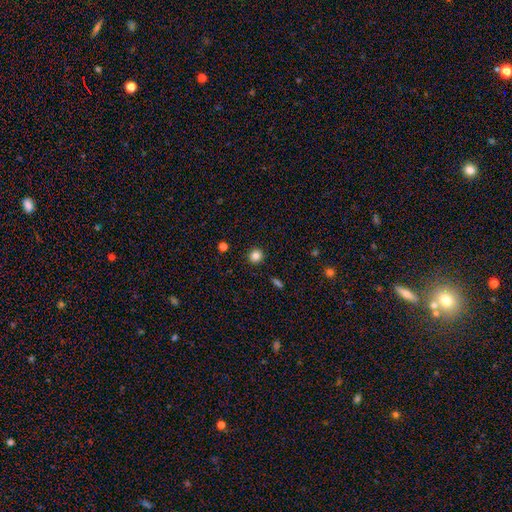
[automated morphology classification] A smooth galaxy with no disk features (84%) that is round (89%).

Vote fractions:
- Smooth or featured? smooth: 84% / star or artifact: 11% / featured or disk: 5%
- How rounded? round: 89% / in between: 10% / cigar-shaped: 1%
- Merging? none: 92% / minor disturbance: 5% / major disturbance: 2% / merger: 1%